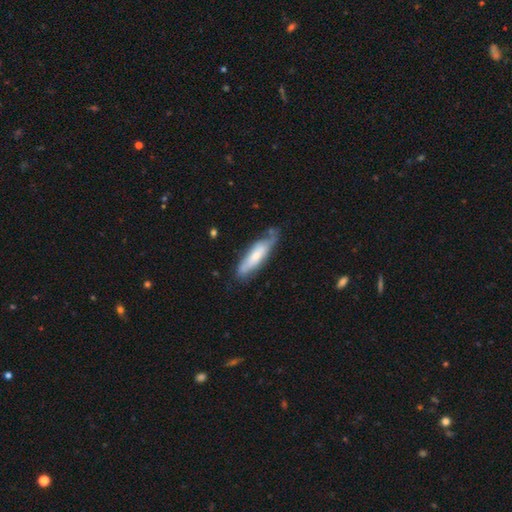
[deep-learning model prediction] featured or disk 48%, smooth 46%, star or artifact 6%. Down the decision tree: merging — none (63%).